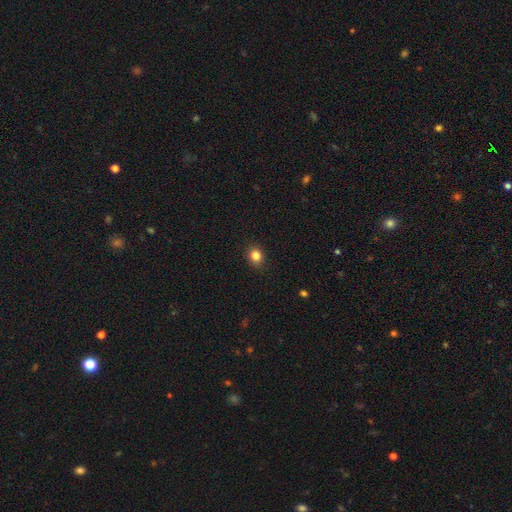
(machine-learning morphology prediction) Smooth or featured? smooth (84%)
How rounded? round (68%)
Merging? none (89%)